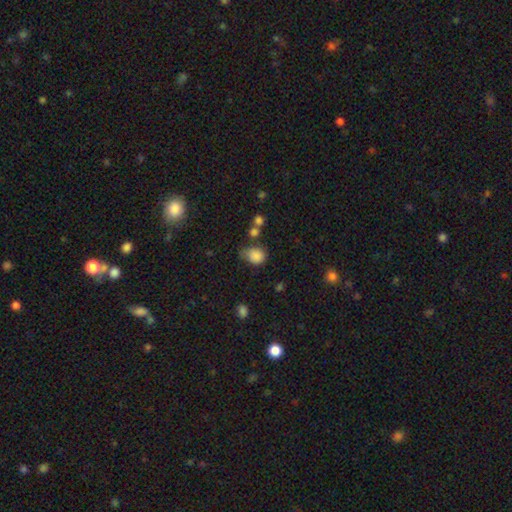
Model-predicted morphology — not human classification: A smooth galaxy with no disk features (84%) that is round (60%). Merging: none (46%).